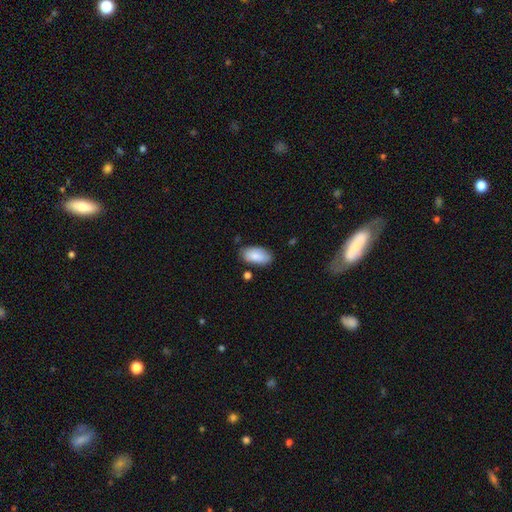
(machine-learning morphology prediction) smooth-or-featured: smooth: 86% | featured or disk: 8% | star or artifact: 6%
  how-rounded: in between: 94% | cigar-shaped: 3% | round: 2%
  merging: none: 79% | minor disturbance: 15% | merger: 3% | major disturbance: 3%